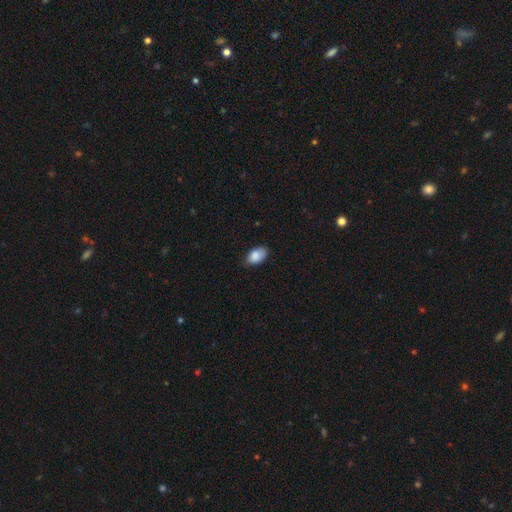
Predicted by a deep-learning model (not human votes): This is clearly a smooth galaxy (87%). How rounded: clearly in between (93%). Merging: likely none (74%).